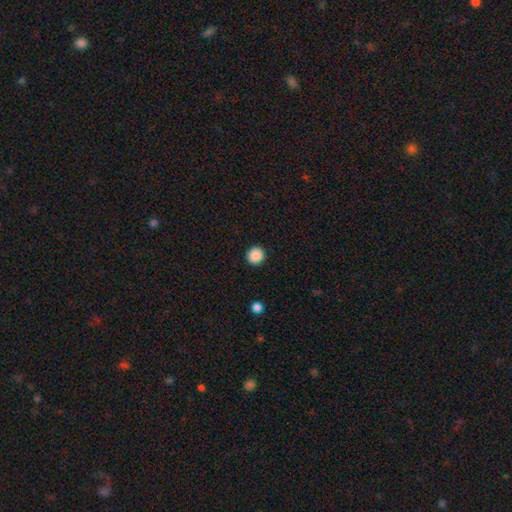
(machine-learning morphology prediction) Smooth or featured? Predicted: smooth (p=0.88). How rounded? Predicted: round (p=0.94). Merging? Predicted: none (p=0.93).